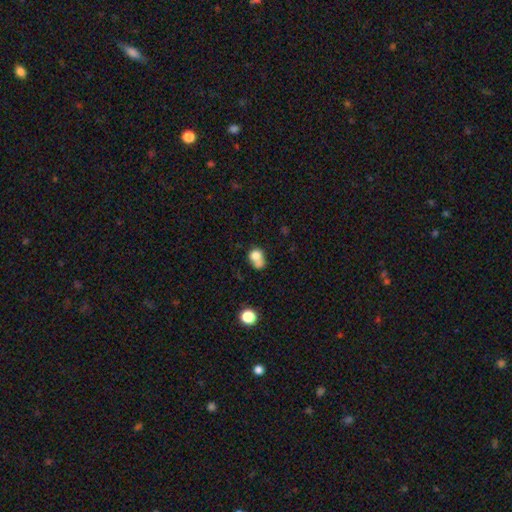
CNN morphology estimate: smooth 74%, featured or disk 15%, star or artifact 11%. Down the decision tree: how rounded — round (59%); merging — merger (47%).